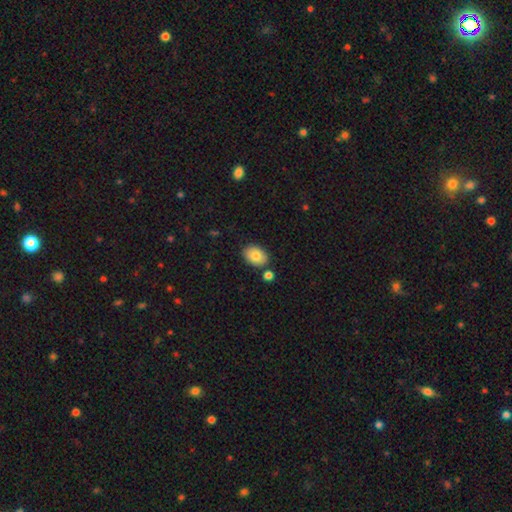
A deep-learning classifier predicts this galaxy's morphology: A smooth galaxy with no disk features (82%) that is in between round and cigar-shaped (78%).

Vote fractions:
- Smooth or featured? smooth: 82% / featured or disk: 11% / star or artifact: 8%
- How rounded? in between: 78% / round: 21% / cigar-shaped: 1%
- Merging? none: 81% / minor disturbance: 10% / merger: 6% / major disturbance: 2%